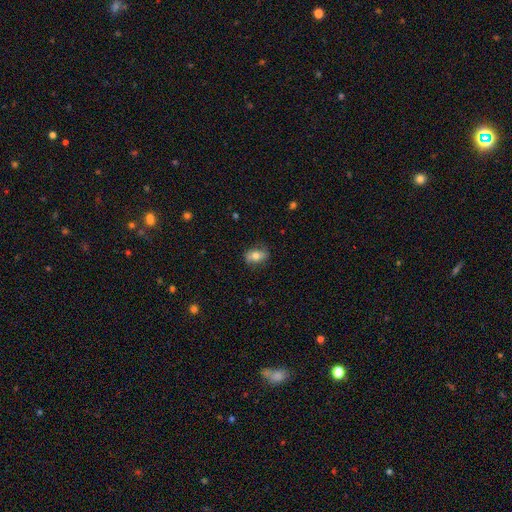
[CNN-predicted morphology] Smooth or featured? Predicted: smooth (p=0.63). How rounded? Predicted: in between (p=0.83). Merging? Predicted: none (p=0.78).